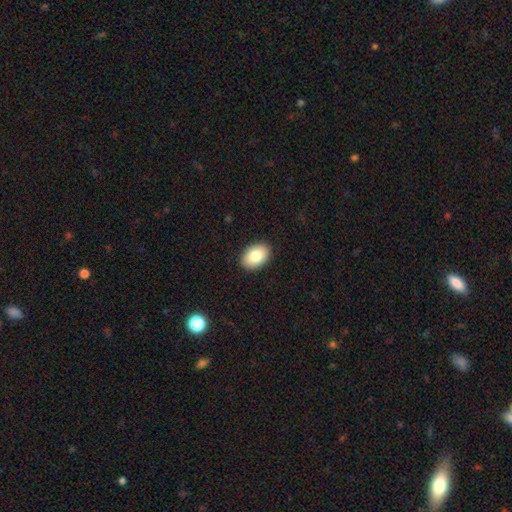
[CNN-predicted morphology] This appears to be a smooth galaxy with no disk features (83%) that is in between round and cigar-shaped (86%). Merging: none (90%).